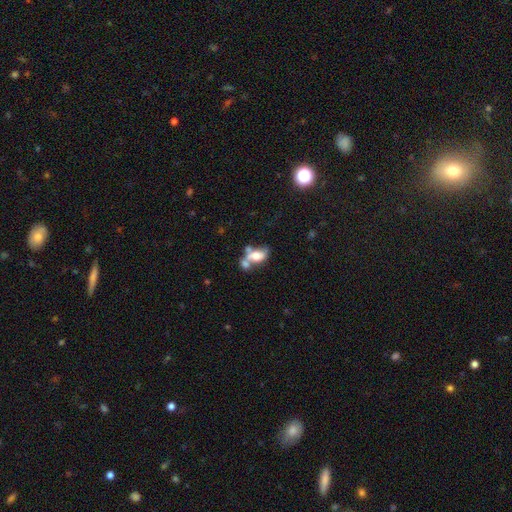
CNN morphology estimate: A smooth galaxy with no disk features (55%) that is in between round and cigar-shaped (85%). Merging: merger (53%).